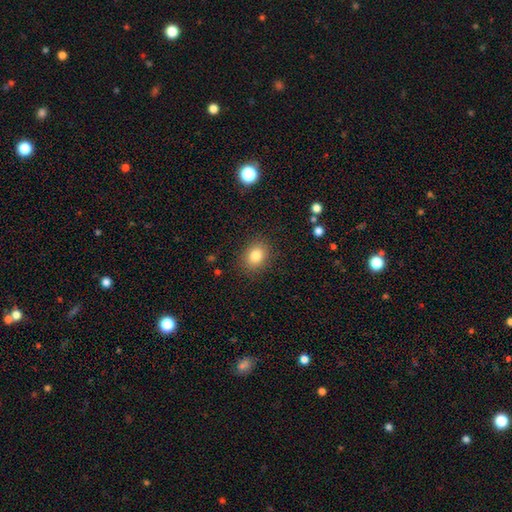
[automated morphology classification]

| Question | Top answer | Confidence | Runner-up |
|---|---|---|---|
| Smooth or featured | smooth | 83% | star or artifact (10%) |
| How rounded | round | 50% | in between (49%) |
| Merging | none | 86% | minor disturbance (9%) |